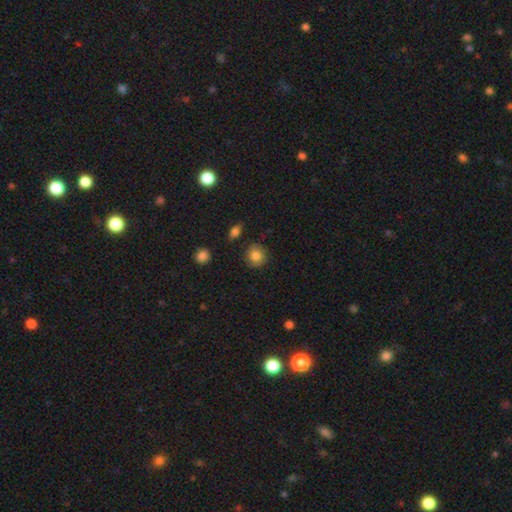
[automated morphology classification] smooth-or-featured: smooth: 80% | featured or disk: 11% | star or artifact: 9%
  how-rounded: round: 87% | in between: 12% | cigar-shaped: 1%
  merging: none: 84% | minor disturbance: 11% | major disturbance: 3% | merger: 2%